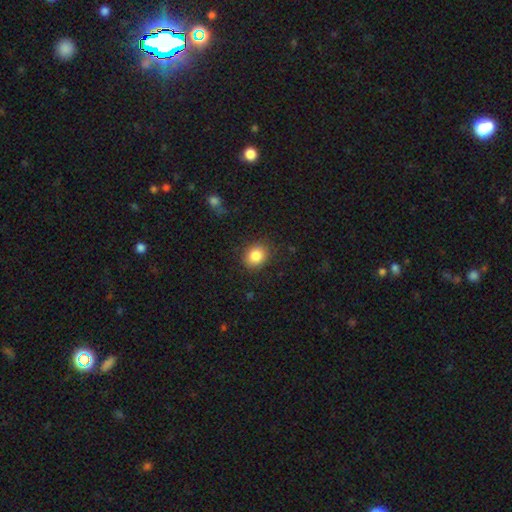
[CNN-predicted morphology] Smooth or featured?
  - smooth: 85% *
  - star or artifact: 9%
  - featured or disk: 5%
How rounded?
  - round: 66% *
  - in between: 33%
  - cigar-shaped: 1%
Merging?
  - none: 85% *
  - minor disturbance: 10%
  - major disturbance: 3%
  - merger: 1%